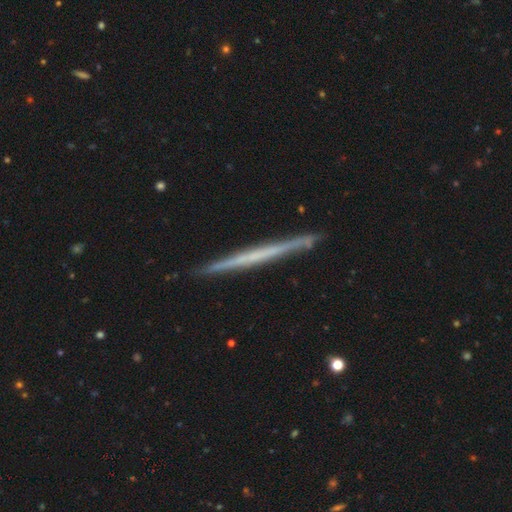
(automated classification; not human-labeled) This appears to be a featured or disk galaxy (63%) viewed edge-on (98%) with no central bulge (90%). Merging: none (90%).